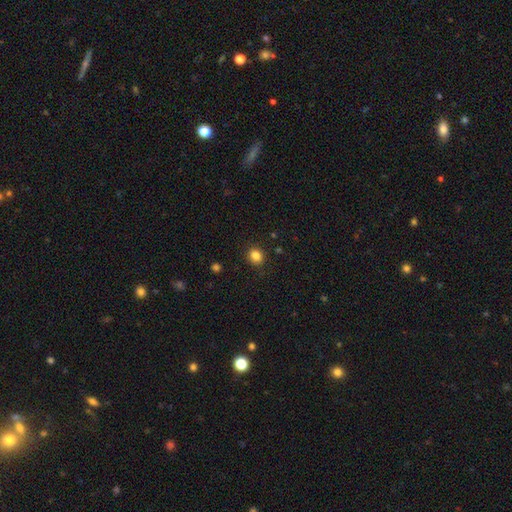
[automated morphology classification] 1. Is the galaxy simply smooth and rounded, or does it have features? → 85% smooth, 11% star or artifact, 4% featured or disk.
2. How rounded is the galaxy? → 73% round, 27% in between, 1% cigar-shaped.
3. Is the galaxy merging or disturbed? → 89% none, 7% minor disturbance, 2% major disturbance, 1% merger.